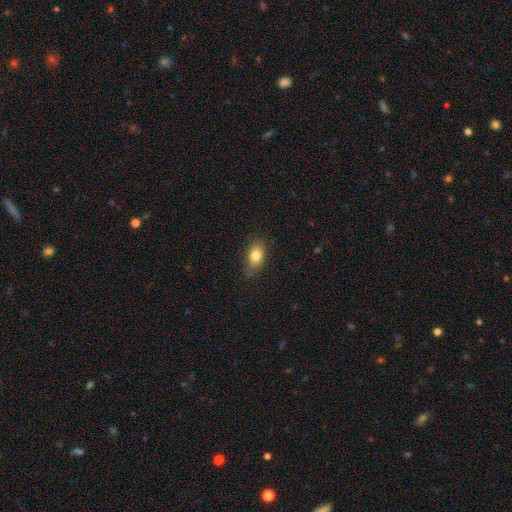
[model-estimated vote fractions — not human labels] Morphology: type=smooth (80%); roundness=in between (85%); merging=none (75%).